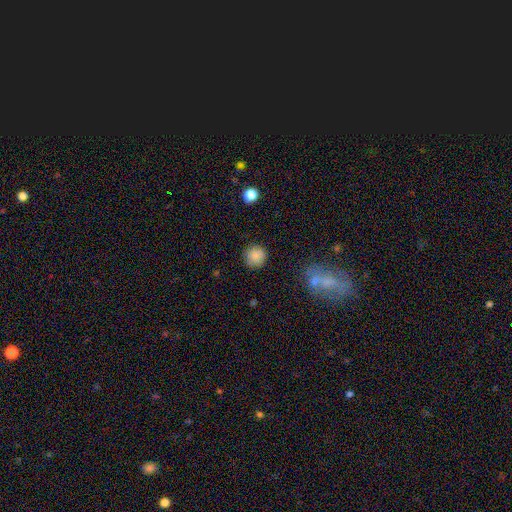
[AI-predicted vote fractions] smooth_or_featured: smooth (p=0.86) [alt: star or artifact p=0.09]
how_rounded: round (p=0.93) [alt: in between p=0.06]
merging: none (p=0.88) [alt: minor disturbance p=0.08]